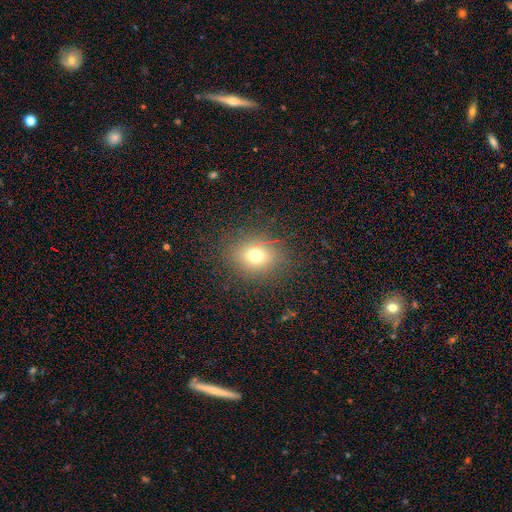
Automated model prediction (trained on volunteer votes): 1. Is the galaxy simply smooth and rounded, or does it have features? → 70% smooth, 17% star or artifact, 14% featured or disk.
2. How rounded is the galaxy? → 56% round, 43% in between, 1% cigar-shaped.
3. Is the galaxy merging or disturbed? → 82% none, 11% minor disturbance, 5% major disturbance, 1% merger.